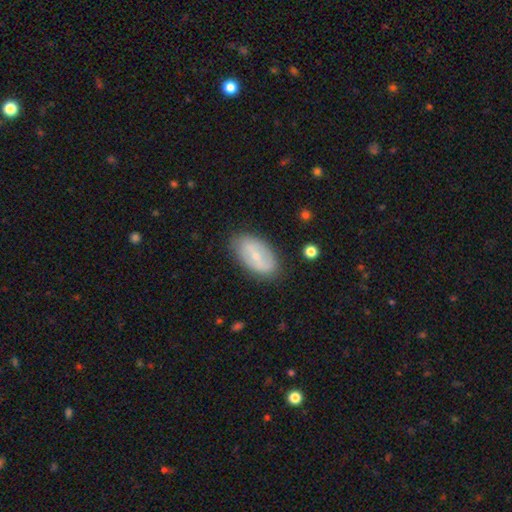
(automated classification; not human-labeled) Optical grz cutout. It shows a featured or disk galaxy (54%). Merging: none (82%).